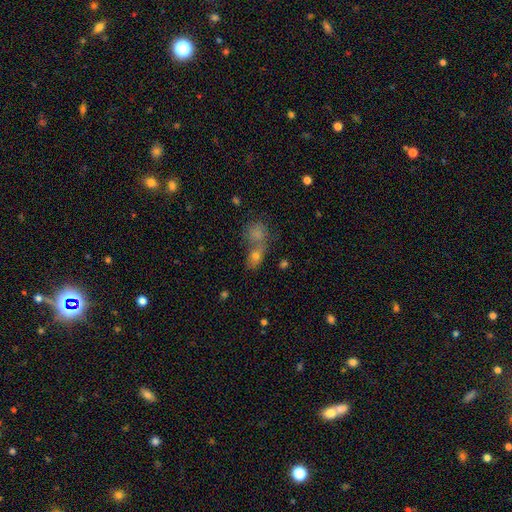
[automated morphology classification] smooth 60%, star or artifact 23%, featured or disk 17%. Down the decision tree: how rounded — in between (49%); merging — merger (53%).